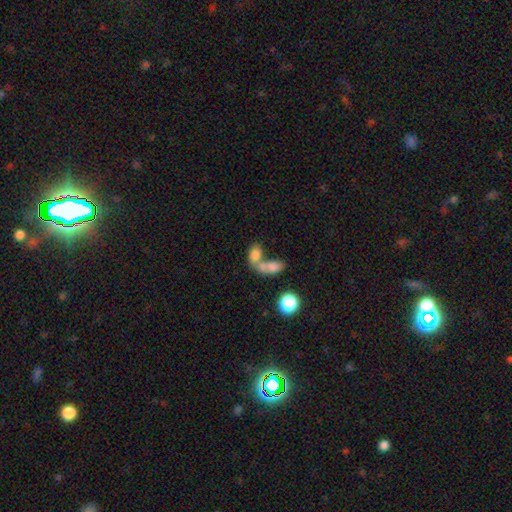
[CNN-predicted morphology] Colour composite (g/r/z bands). It shows a smooth galaxy with no disk features (74%) that is in between round and cigar-shaped (83%). Merging: merger (65%).